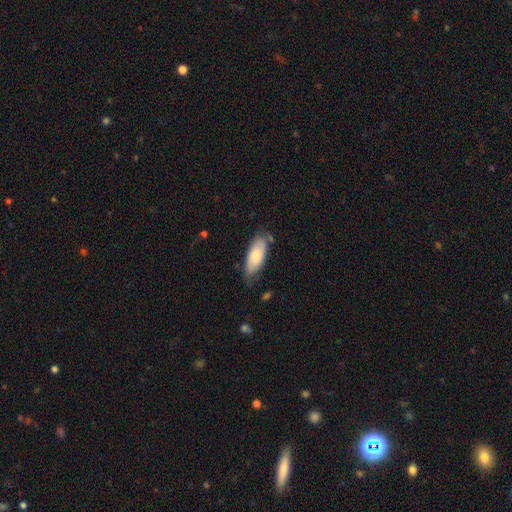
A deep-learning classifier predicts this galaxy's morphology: This appears to be a smooth galaxy with no disk features (76%) that is in between round and cigar-shaped (81%). Merging: none (61%).